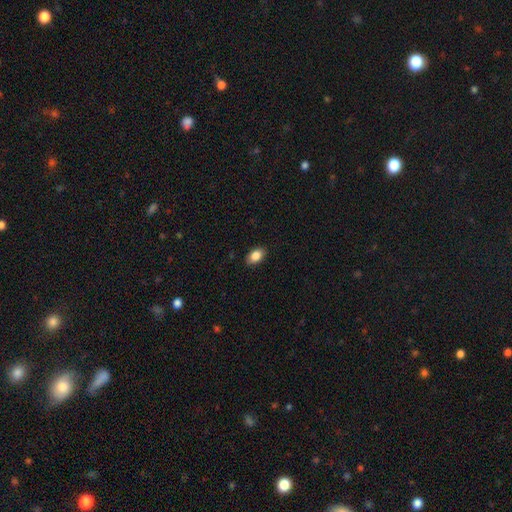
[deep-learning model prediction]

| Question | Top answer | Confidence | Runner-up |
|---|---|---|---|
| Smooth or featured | smooth | 87% | star or artifact (8%) |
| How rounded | in between | 90% | round (8%) |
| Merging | none | 87% | minor disturbance (10%) |